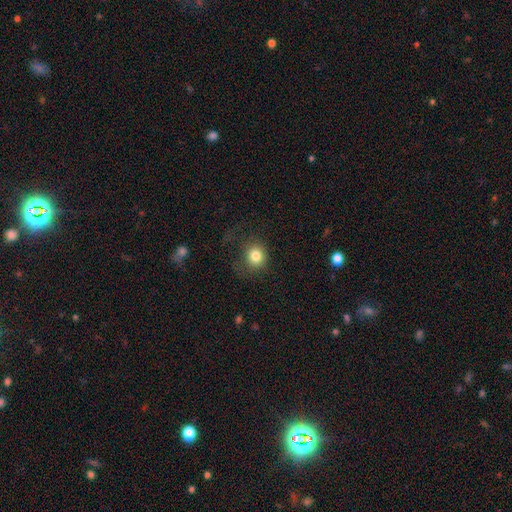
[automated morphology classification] This appears to be a smooth galaxy with no disk features (81%) that is round (82%). Merging: none (68%).